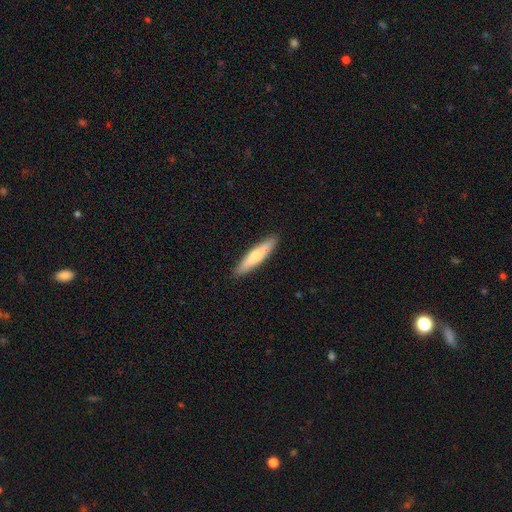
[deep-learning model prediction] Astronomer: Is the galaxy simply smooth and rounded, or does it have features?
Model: smooth — 66%.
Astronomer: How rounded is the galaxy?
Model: cigar-shaped — 85%.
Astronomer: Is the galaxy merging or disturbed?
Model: none — 85%.